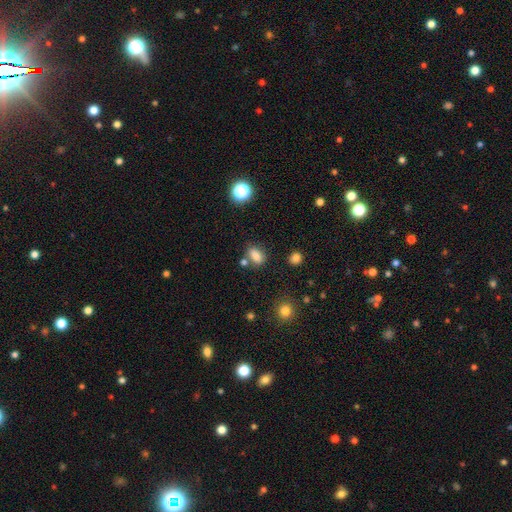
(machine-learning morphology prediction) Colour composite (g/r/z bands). It shows a smooth galaxy with no disk features (80%) that is in between round and cigar-shaped (81%). Merging: none (68%).